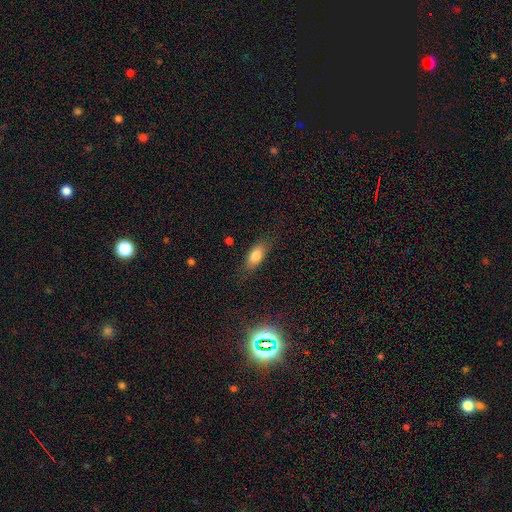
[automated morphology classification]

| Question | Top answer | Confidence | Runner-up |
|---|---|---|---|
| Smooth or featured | smooth | 76% | featured or disk (16%) |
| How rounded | in between | 80% | cigar-shaped (15%) |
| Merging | none | 80% | minor disturbance (14%) |